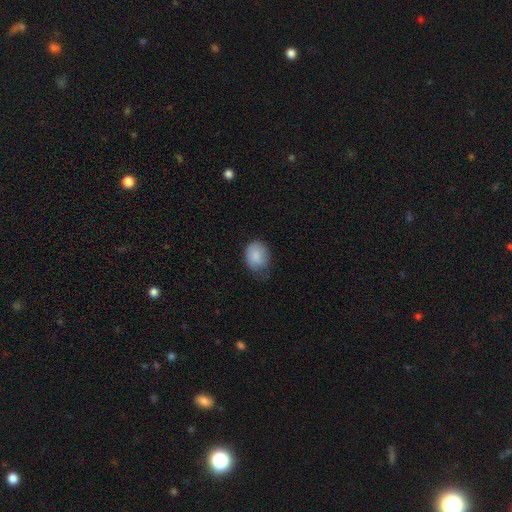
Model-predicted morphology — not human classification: Q: Smooth or featured?
A: smooth (86%); runner-up: featured or disk (8%)
Q: How rounded?
A: in between (55%); runner-up: round (44%)
Q: Merging?
A: none (54%); runner-up: minor disturbance (35%)